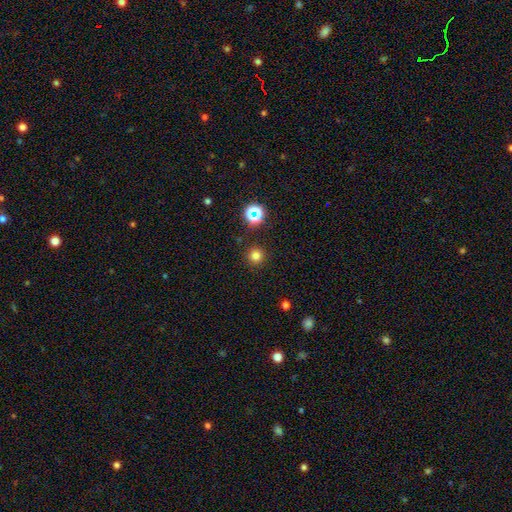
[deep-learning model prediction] Smooth or featured? smooth (76%)
How rounded? round (96%)
Merging? none (90%)